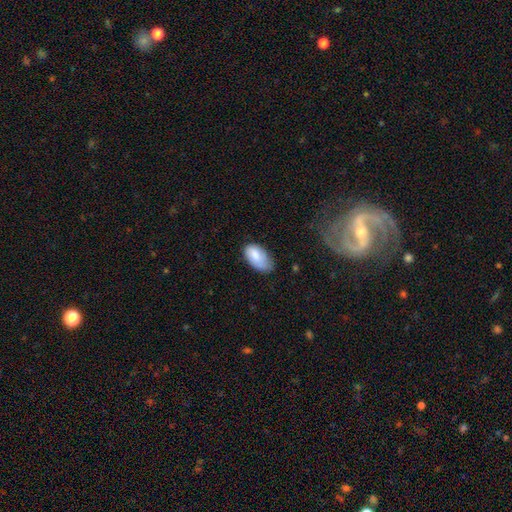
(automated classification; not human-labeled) Smooth or featured?
  - smooth: 81% *
  - featured or disk: 12%
  - star or artifact: 7%
How rounded?
  - in between: 94% *
  - round: 4%
  - cigar-shaped: 2%
Merging?
  - none: 51% *
  - minor disturbance: 37%
  - major disturbance: 10%
  - merger: 2%